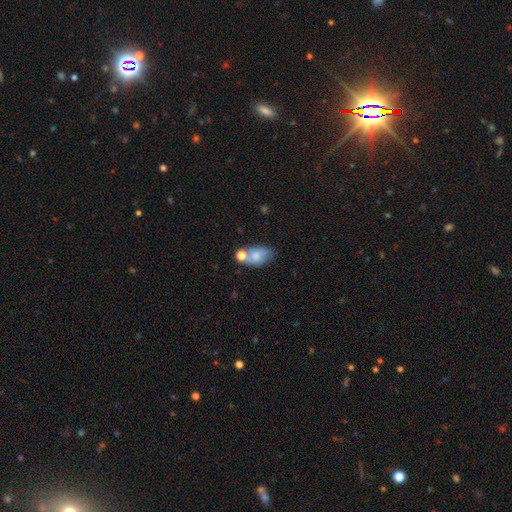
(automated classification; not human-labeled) smooth 65%, featured or disk 25%, star or artifact 10%. Down the decision tree: how rounded — in between (86%); merging — none (47%).